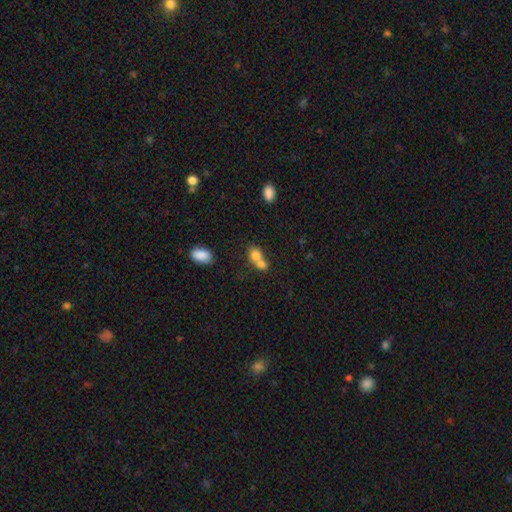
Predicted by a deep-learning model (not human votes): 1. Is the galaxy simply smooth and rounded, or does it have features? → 76% smooth, 14% featured or disk, 10% star or artifact.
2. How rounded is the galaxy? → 49% in between (tied), 49% round (tied), 2% cigar-shaped.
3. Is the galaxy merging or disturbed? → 66% merger, 24% none, 6% minor disturbance, 3% major disturbance.